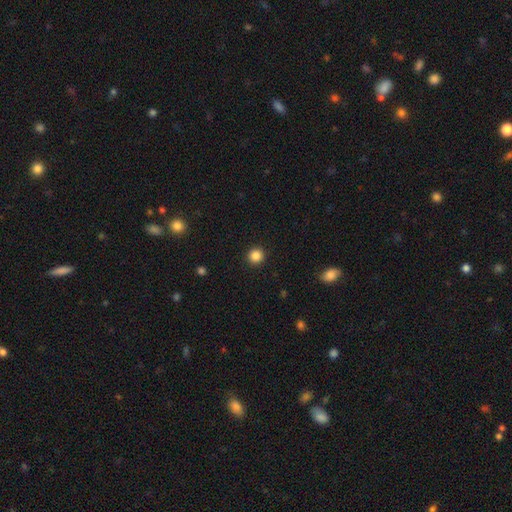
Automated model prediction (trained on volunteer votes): Smooth or featured? Predicted: smooth (p=0.86). How rounded? Predicted: round (p=0.94). Merging? Predicted: none (p=0.92).